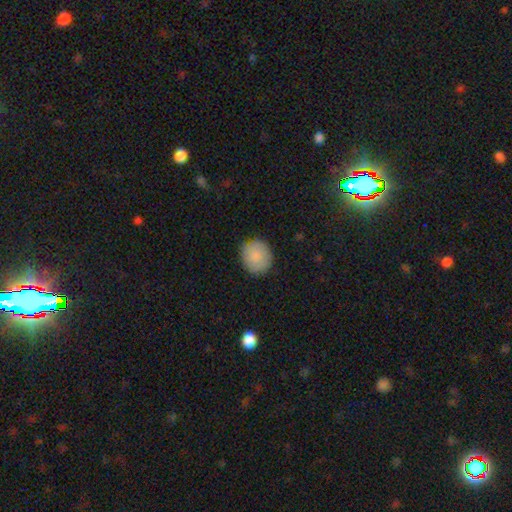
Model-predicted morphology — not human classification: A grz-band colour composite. It shows a smooth galaxy with no disk features (88%) that is round (86%). Merging: none (87%).